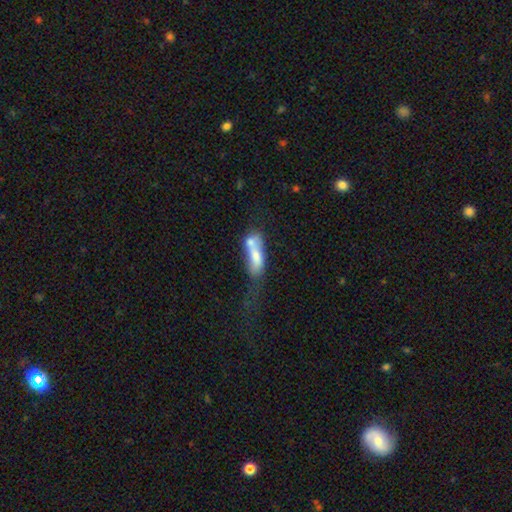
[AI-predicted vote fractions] A smooth galaxy with no disk features (58%) that is in between round and cigar-shaped (66%). Merging: merger (54%).